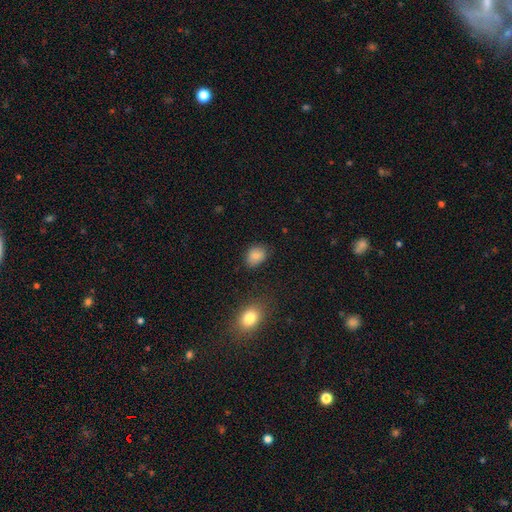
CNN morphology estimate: Smooth or featured: smooth — 83% (star or artifact — 10%)
How rounded: in between — 58% (round — 41%)
Merging: none — 78% (minor disturbance — 15%)